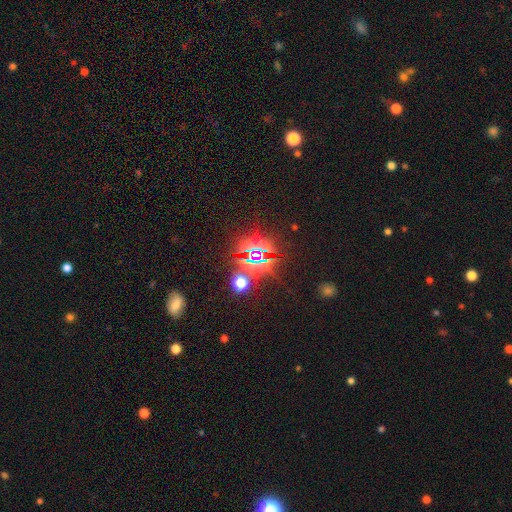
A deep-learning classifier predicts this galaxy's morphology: Overall: star or artifact (82%).